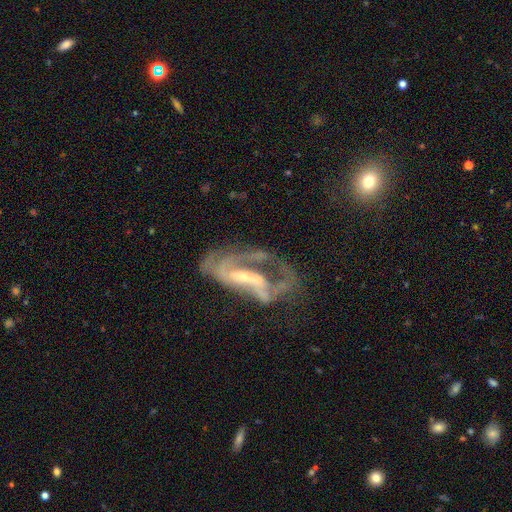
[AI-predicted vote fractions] Q: Smooth or featured?
A: featured or disk (79%); runner-up: smooth (11%)
Q: Edge-on disk?
A: no (91%); runner-up: yes (9%)
Q: Bar?
A: no (35%); tied with: weak (35%)
Q: Spiral arms?
A: yes (78%); runner-up: no (22%)
Q: Spiral winding?
A: medium (42%); runner-up: loose (31%)
Q: Spiral arm count?
A: 2 (44%); runner-up: can't tell (25%)
Q: Bulge size?
A: small (52%); runner-up: moderate (29%)
Q: Merging?
A: major disturbance (44%); runner-up: none (28%)